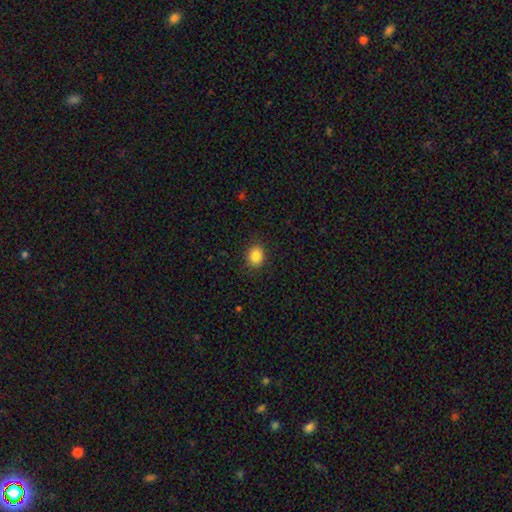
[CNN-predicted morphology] Q: Smooth or featured?
A: smooth (86%); runner-up: star or artifact (10%)
Q: How rounded?
A: round (63%); runner-up: in between (36%)
Q: Merging?
A: none (86%); runner-up: minor disturbance (10%)